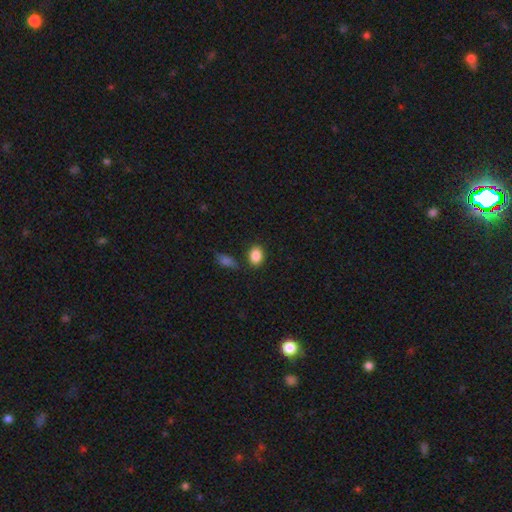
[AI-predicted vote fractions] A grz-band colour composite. It shows a smooth galaxy with no disk features (87%) that is in between round and cigar-shaped (69%). Merging: none (79%).